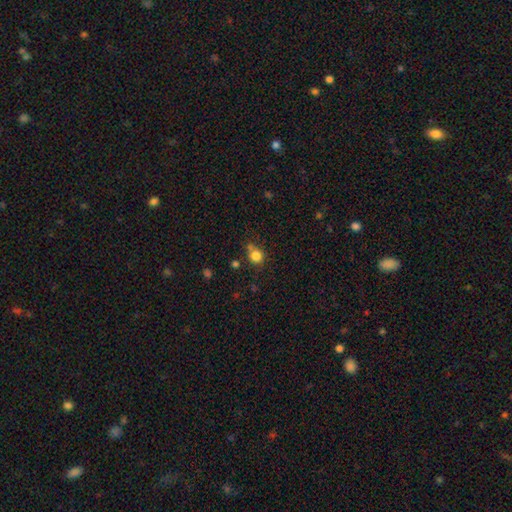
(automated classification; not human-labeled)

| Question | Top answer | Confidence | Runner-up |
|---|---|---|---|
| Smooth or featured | smooth | 82% | star or artifact (12%) |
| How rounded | round | 85% | in between (14%) |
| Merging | none | 63% | minor disturbance (17%) |